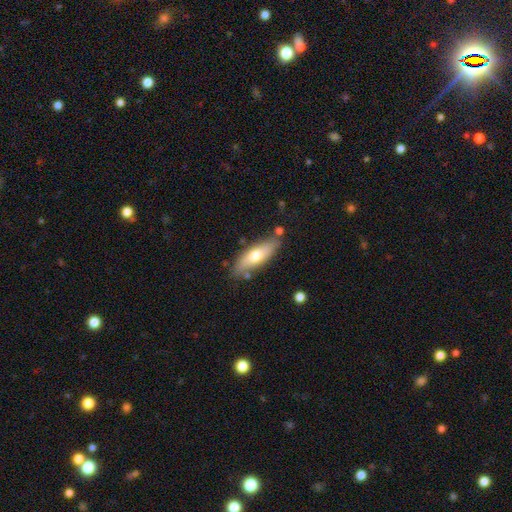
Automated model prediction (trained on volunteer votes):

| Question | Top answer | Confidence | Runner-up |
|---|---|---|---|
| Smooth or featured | smooth | 62% | featured or disk (32%) |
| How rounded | in between | 54% | cigar-shaped (43%) |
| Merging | none | 77% | minor disturbance (15%) |